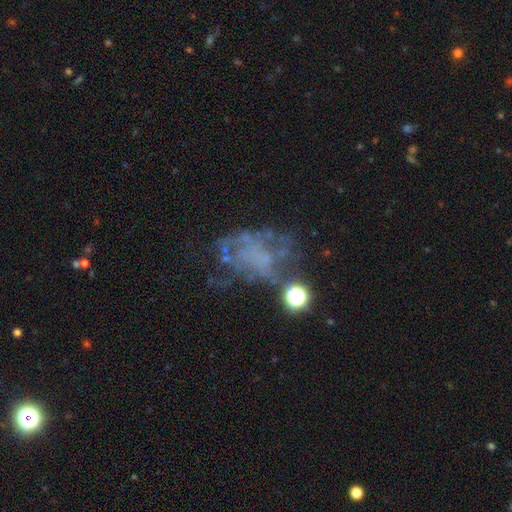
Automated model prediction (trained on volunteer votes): This appears to be a featured or disk galaxy (58%) with no bar (90%), no spiral arms (76%) and no central bulge (75%). Merging: none (39%).